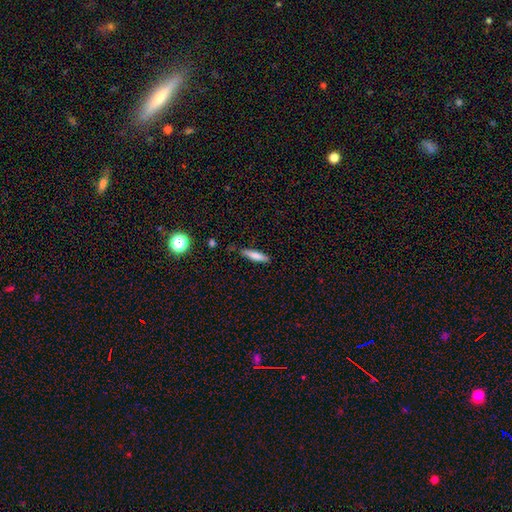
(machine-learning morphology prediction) A smooth galaxy with no disk features (74%) that is cigar-shaped (82%). Merging: none (82%).